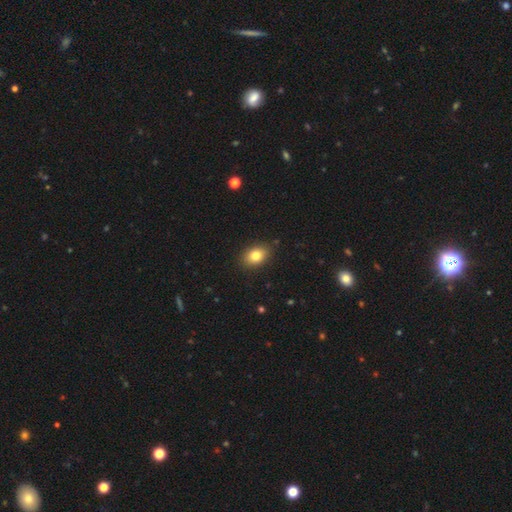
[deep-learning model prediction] smooth-or-featured: smooth: 82% | featured or disk: 9% | star or artifact: 9%
  how-rounded: in between: 80% | round: 19% | cigar-shaped: 1%
  merging: none: 87% | minor disturbance: 9% | major disturbance: 2% | merger: 1%